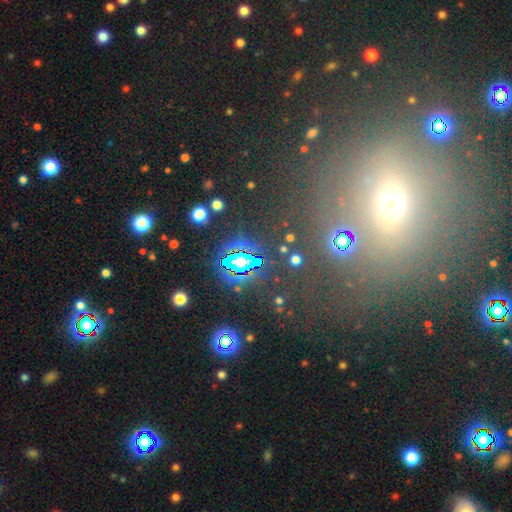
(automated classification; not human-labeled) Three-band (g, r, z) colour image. It shows a star or artifact, not a galaxy (66%).